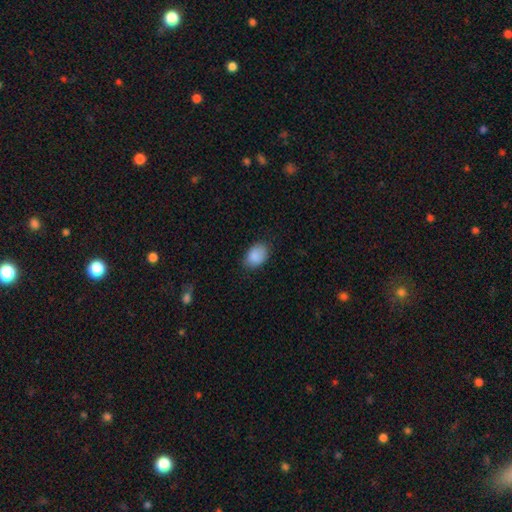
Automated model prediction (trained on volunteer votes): Q: Smooth or featured?
A: smooth (89%); runner-up: star or artifact (7%)
Q: How rounded?
A: in between (80%); runner-up: round (19%)
Q: Merging?
A: none (79%); runner-up: minor disturbance (17%)